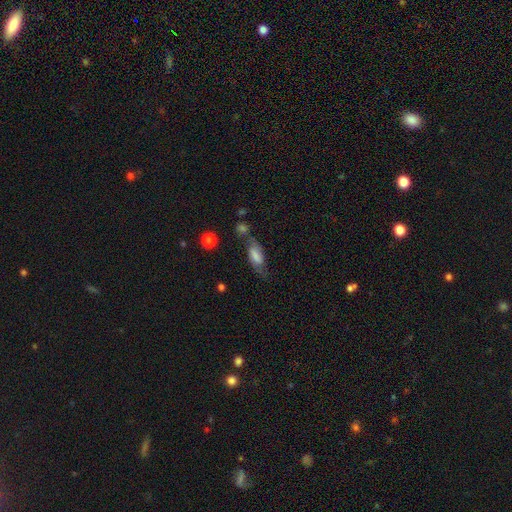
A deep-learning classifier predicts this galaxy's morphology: Smooth or featured: smooth — 54% (featured or disk — 37%)
How rounded: in between — 75% (cigar-shaped — 20%)
Merging: none — 52% (minor disturbance — 25%)